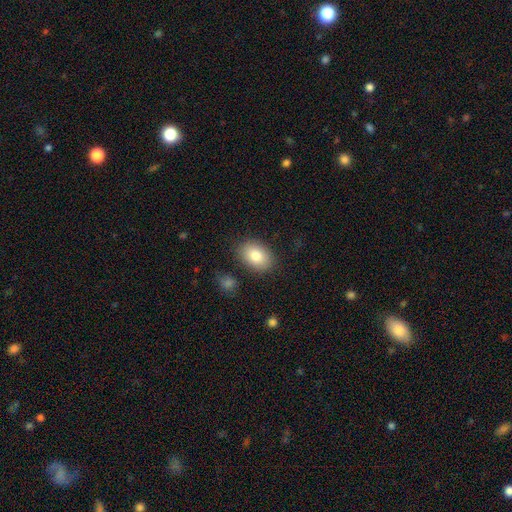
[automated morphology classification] A smooth galaxy with no disk features (83%) that is in between round and cigar-shaped (84%).

Vote fractions:
- Smooth or featured? smooth: 83% / featured or disk: 10% / star or artifact: 7%
- How rounded? in between: 84% / round: 15% / cigar-shaped: 1%
- Merging? none: 83% / minor disturbance: 11% / major disturbance: 3% / merger: 3%